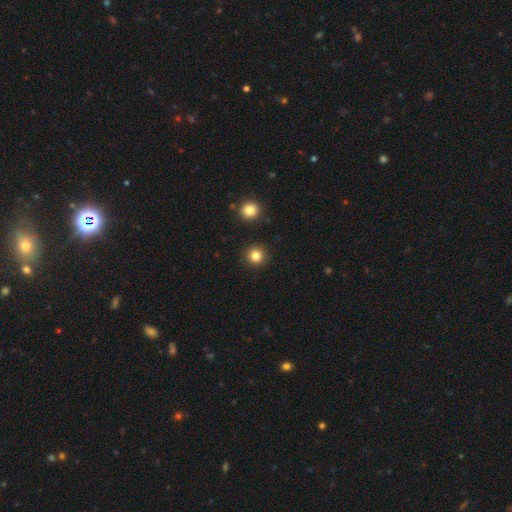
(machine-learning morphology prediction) Q: Smooth or featured?
A: smooth (84%); runner-up: star or artifact (12%)
Q: How rounded?
A: round (93%); runner-up: in between (6%)
Q: Merging?
A: none (91%); runner-up: minor disturbance (5%)